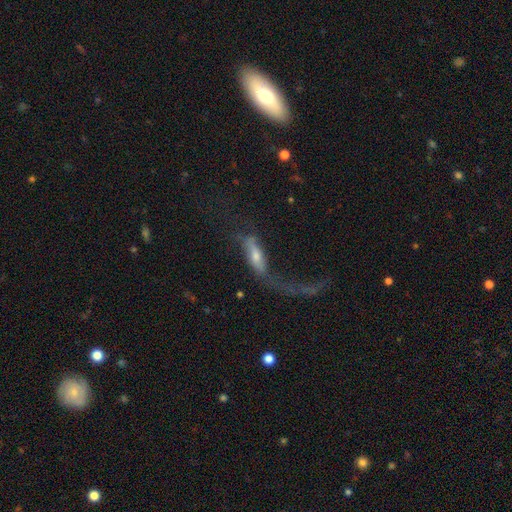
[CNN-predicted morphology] smooth_or_featured: featured or disk (p=0.54) [alt: smooth p=0.37]
disk_edge_on: no (p=0.60) [alt: yes p=0.40]
merging: major disturbance (p=0.59) [alt: none p=0.22]